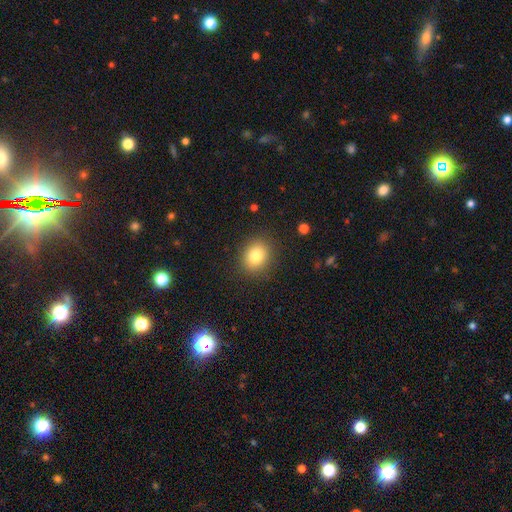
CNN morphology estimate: This appears to be a smooth galaxy with no disk features (80%) that is round (62%). Merging: none (87%).